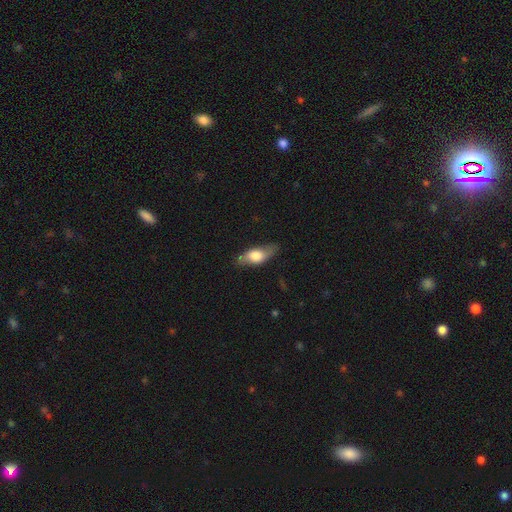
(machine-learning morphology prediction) smooth 58%, featured or disk 36%, star or artifact 6%. Down the decision tree: how rounded — in between (73%); merging — none (76%).